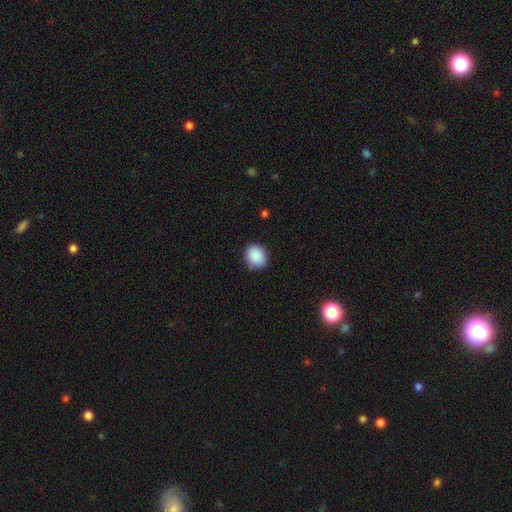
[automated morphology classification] A smooth galaxy with no disk features (89%) that is round (70%).

Vote fractions:
- Smooth or featured? smooth: 89% / star or artifact: 8% / featured or disk: 3%
- How rounded? round: 70% / in between: 29% / cigar-shaped: 1%
- Merging? none: 87% / minor disturbance: 10% / major disturbance: 2% / merger: 1%